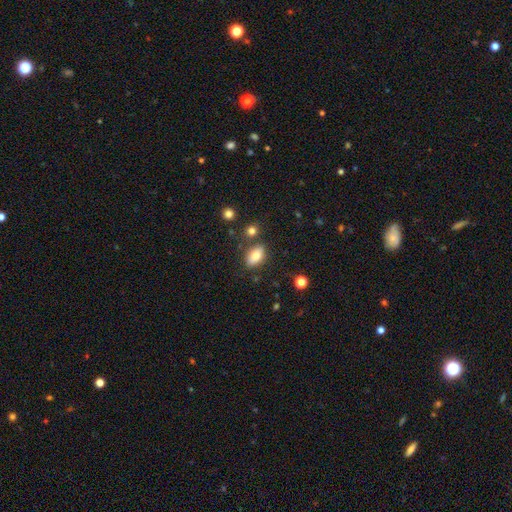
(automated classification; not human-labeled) Overall: smooth (79%). How rounded: in between (88%). Merging: none (78%).